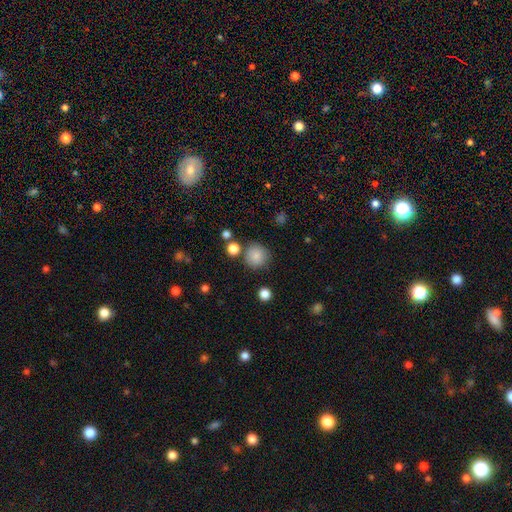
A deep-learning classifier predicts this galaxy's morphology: Smooth or featured: smooth — 85% (star or artifact — 10%)
How rounded: round — 93% (in between — 6%)
Merging: none — 82% (minor disturbance — 9%)